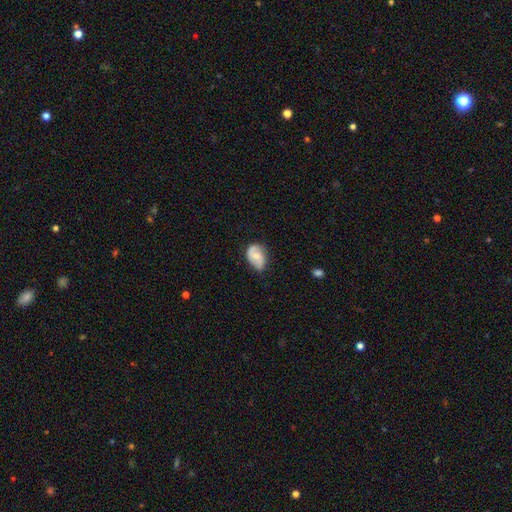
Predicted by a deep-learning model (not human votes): smooth_or_featured: featured or disk (p=0.48) [alt: smooth p=0.45]
merging: none (p=0.63) [alt: minor disturbance p=0.29]